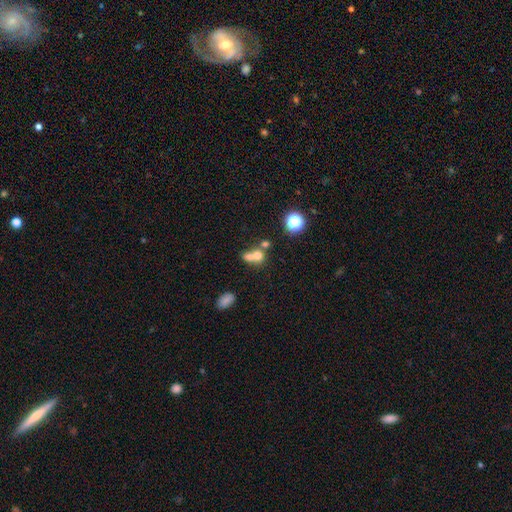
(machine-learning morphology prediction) smooth-or-featured: smooth: 65% | featured or disk: 19% | star or artifact: 16%
  how-rounded: round: 66% | in between: 32% | cigar-shaped: 2%
  merging: merger: 64% | none: 25% | minor disturbance: 6% | major disturbance: 4%